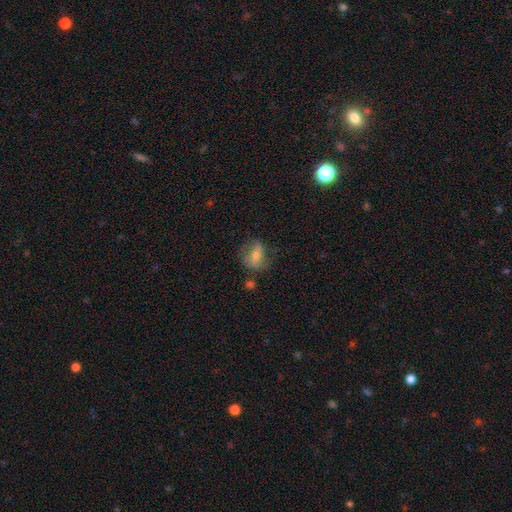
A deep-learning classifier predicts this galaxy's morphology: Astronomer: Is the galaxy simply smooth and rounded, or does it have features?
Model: smooth — 52% (runner-up: featured or disk, 39%).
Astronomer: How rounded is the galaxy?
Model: in between — 59% (runner-up: round, 35%).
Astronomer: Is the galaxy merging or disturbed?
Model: none — 57%.